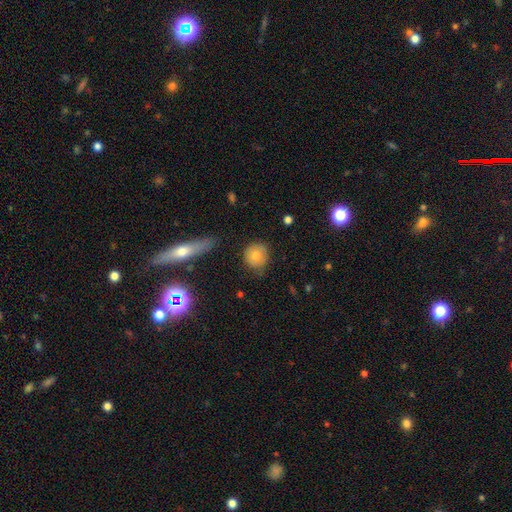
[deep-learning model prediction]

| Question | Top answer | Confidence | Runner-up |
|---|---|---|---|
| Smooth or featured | smooth | 77% | featured or disk (13%) |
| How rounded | round | 86% | in between (12%) |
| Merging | none | 69% | minor disturbance (23%) |